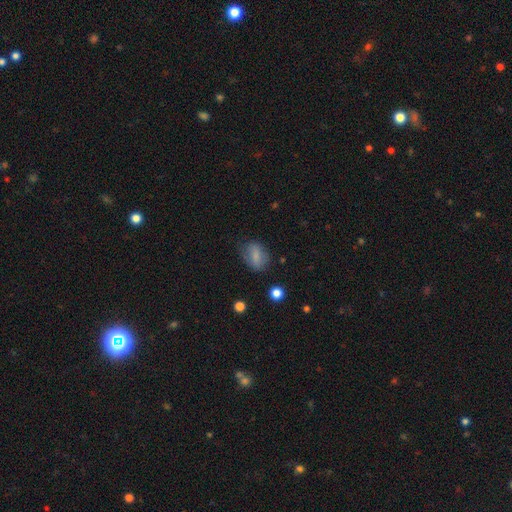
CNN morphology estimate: Q: Smooth or featured?
A: smooth (75%); runner-up: featured or disk (15%)
Q: How rounded?
A: in between (74%); runner-up: round (24%)
Q: Merging?
A: none (64%); runner-up: minor disturbance (25%)